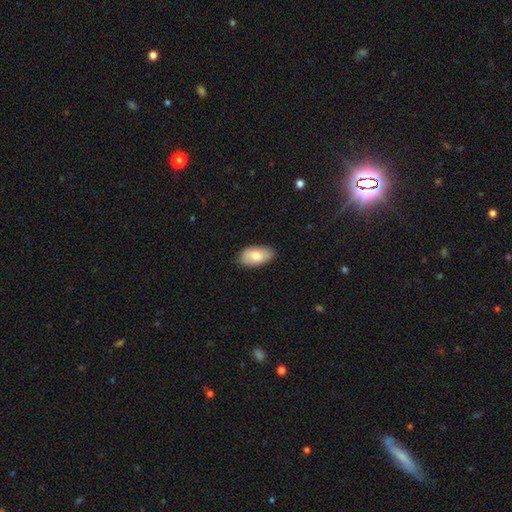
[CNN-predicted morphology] This is likely a smooth galaxy (78%). How rounded: clearly in between (94%). Merging: clearly none (85%).